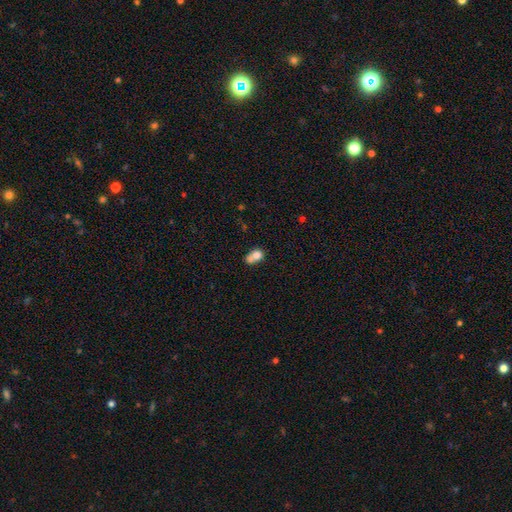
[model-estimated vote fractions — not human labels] This appears to be a smooth galaxy with no disk features (73%) that is round (53%). Merging: merger (62%).